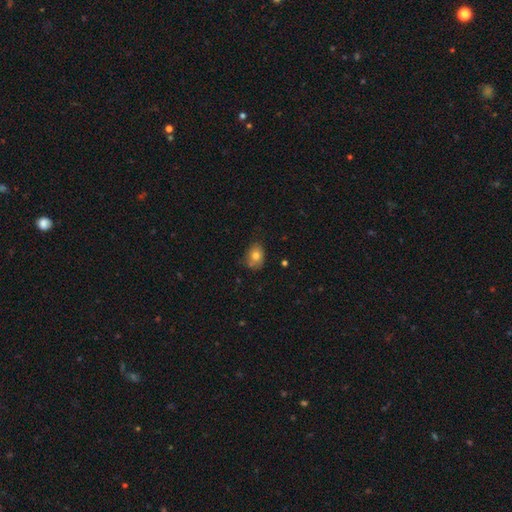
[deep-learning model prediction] Q: Smooth or featured?
A: smooth (76%); runner-up: featured or disk (14%)
Q: How rounded?
A: in between (64%); runner-up: round (34%)
Q: Merging?
A: none (63%); runner-up: minor disturbance (26%)